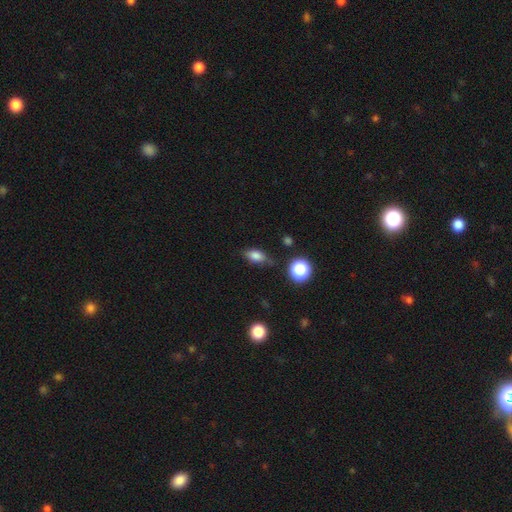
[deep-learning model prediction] This is likely a smooth galaxy (79%). How rounded: clearly in between (80%). Merging: likely none (73%).